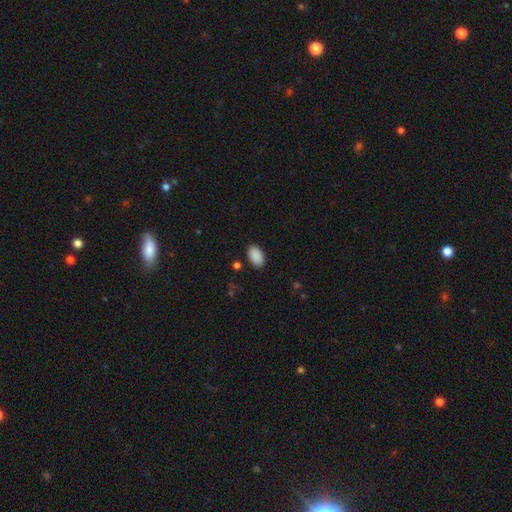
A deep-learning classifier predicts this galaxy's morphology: The model was most divided on "merging": none: 88%, minor disturbance: 9%, major disturbance: 2%, merger: 1%. More confident: how rounded — in between (93%); smooth or featured — smooth (90%).